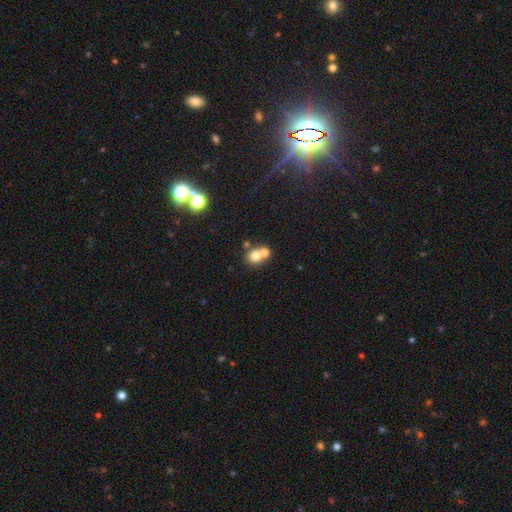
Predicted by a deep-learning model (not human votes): This appears to be a smooth galaxy with no disk features (73%) that is round (83%). Merging: merger (48%).